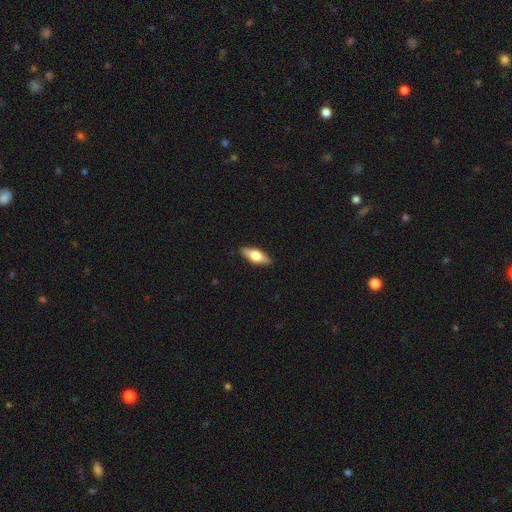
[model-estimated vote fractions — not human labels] Morphology: type=smooth (56%); roundness=in between (69%); merging=none (89%).